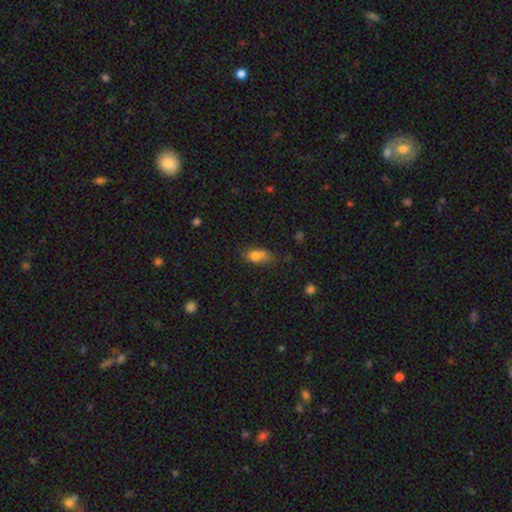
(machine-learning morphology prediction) Smooth or featured? Predicted: smooth (p=0.76). How rounded? Predicted: in between (p=0.79). Merging? Predicted: none (p=0.45).